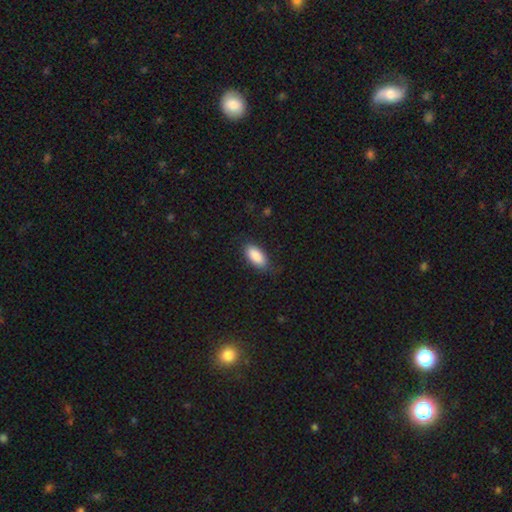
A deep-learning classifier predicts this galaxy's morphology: smooth 88%, featured or disk 6%, star or artifact 6%. Down the decision tree: how rounded — in between (92%); merging — none (78%).